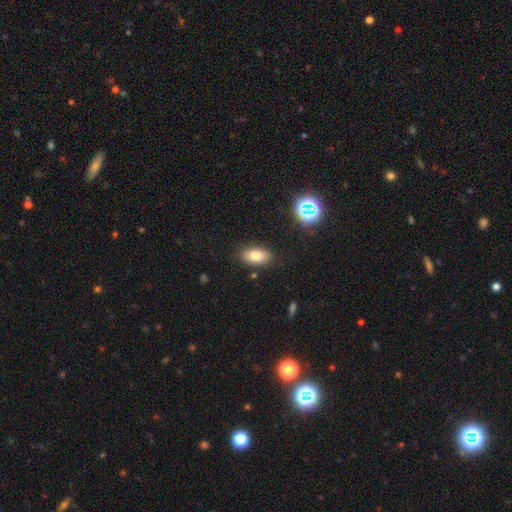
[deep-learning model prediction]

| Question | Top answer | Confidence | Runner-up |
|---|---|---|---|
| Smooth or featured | smooth | 78% | featured or disk (11%) |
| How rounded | in between | 90% | round (6%) |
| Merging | none | 85% | minor disturbance (10%) |